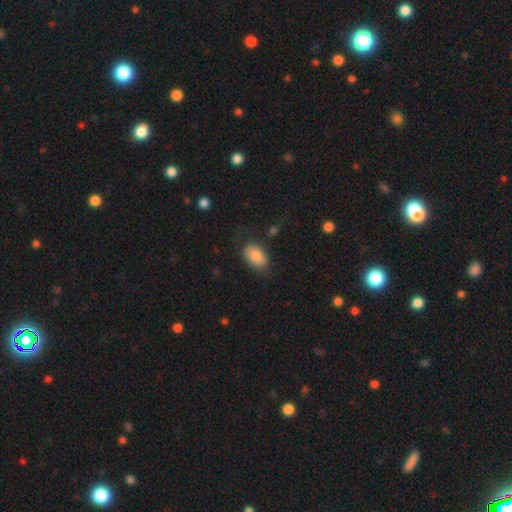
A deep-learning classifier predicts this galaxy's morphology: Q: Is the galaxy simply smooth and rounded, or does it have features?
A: smooth — 84%.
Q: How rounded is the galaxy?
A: in between — 92%.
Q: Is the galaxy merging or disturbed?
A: none — 72%.